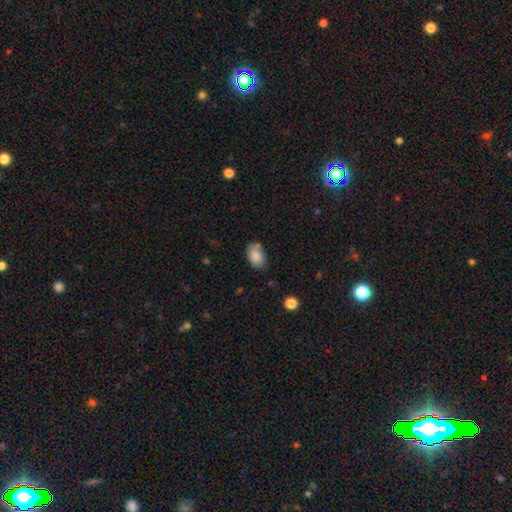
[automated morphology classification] Smooth or featured?
  - smooth: 84% *
  - featured or disk: 8%
  - star or artifact: 8%
How rounded?
  - in between: 88% *
  - round: 11%
  - cigar-shaped: 1%
Merging?
  - none: 64% *
  - minor disturbance: 23%
  - merger: 8%
  - major disturbance: 6%